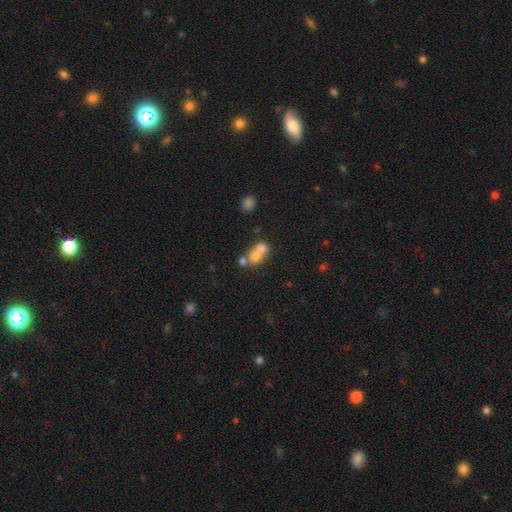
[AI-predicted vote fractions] A smooth galaxy with no disk features (67%) that is round (74%). Merging: merger (65%).